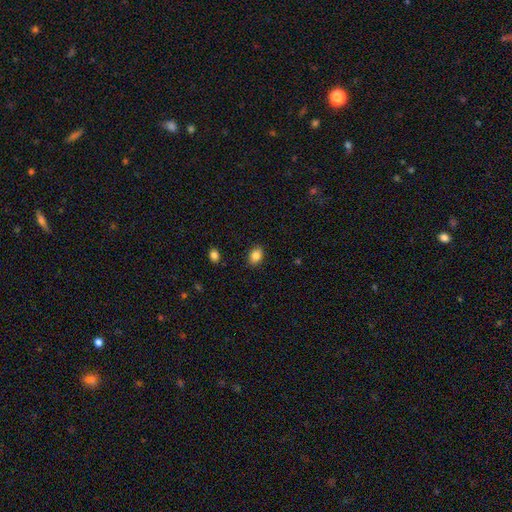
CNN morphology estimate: smooth_or_featured: smooth (p=0.85) [alt: star or artifact p=0.09]
how_rounded: in between (p=0.76) [alt: round p=0.22]
merging: none (p=0.87) [alt: minor disturbance p=0.09]